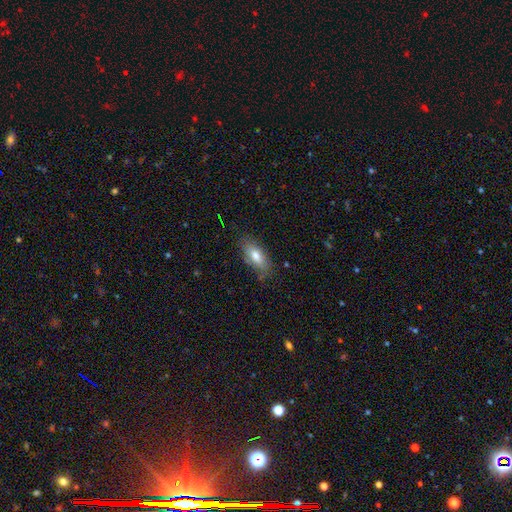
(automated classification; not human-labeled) The model was most divided on "smooth or featured": smooth: 75%, featured or disk: 18%, star or artifact: 7%. More confident: how rounded — in between (83%); merging — none (77%).